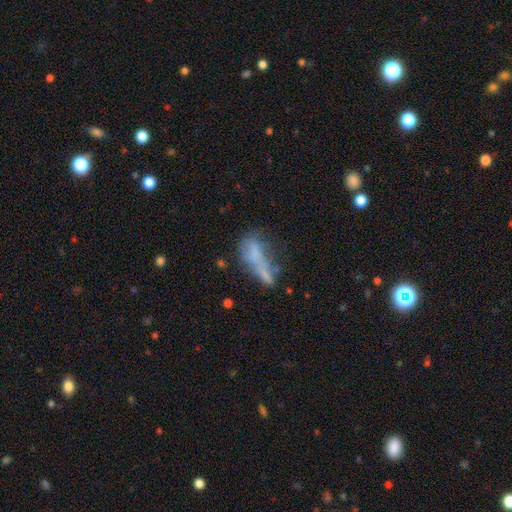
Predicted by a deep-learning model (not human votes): This appears to be a smooth galaxy with no disk features (52%) that is in between round and cigar-shaped (55%). Merging: major disturbance (30%).